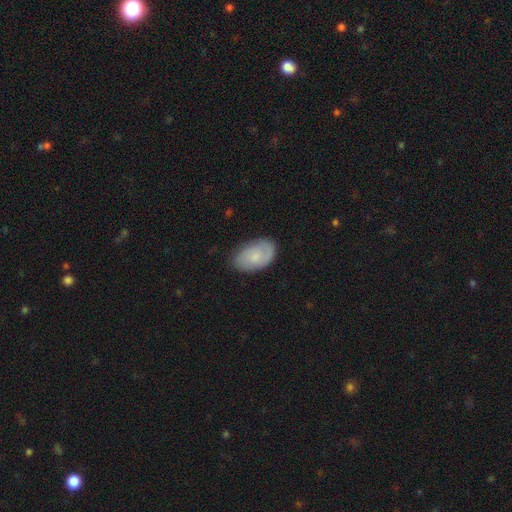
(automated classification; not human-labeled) smooth 62%, featured or disk 31%, star or artifact 6%. Down the decision tree: how rounded — in between (92%); merging — none (78%).